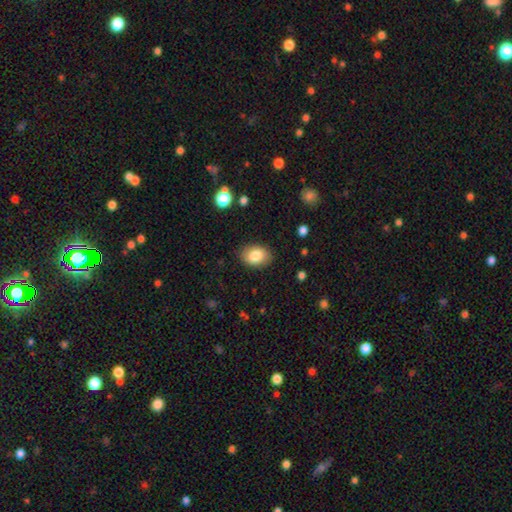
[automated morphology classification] This is clearly a smooth galaxy (83%). How rounded: clearly in between (81%). Merging: clearly none (86%).